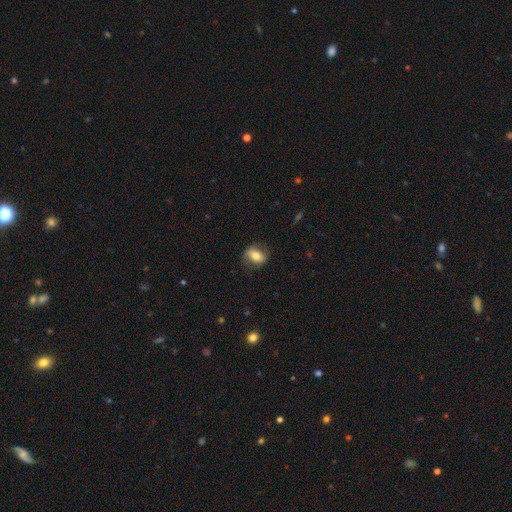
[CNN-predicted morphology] type=smooth (63%); roundness=in between (78%); merging=none (73%).